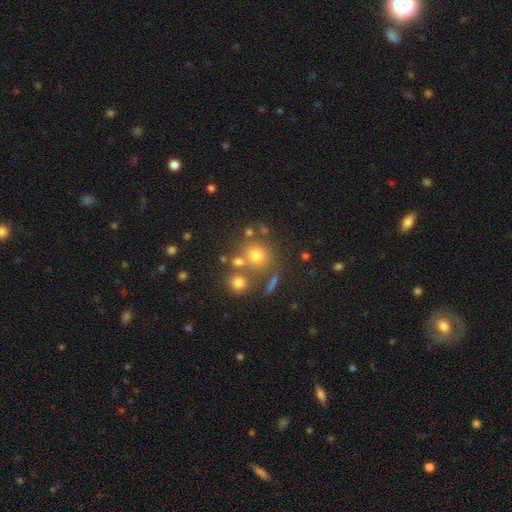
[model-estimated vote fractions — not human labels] smooth-or-featured: smooth: 67% | star or artifact: 20% | featured or disk: 14%
  how-rounded: round: 84% | in between: 15% | cigar-shaped: 1%
  merging: none: 64% | merger: 19% | minor disturbance: 11% | major disturbance: 6%